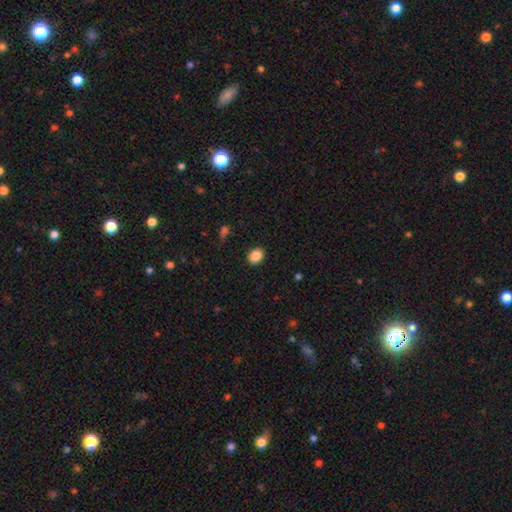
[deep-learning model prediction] smooth-or-featured: smooth: 88% | star or artifact: 9% | featured or disk: 4%
  how-rounded: in between: 54% | round: 45% | cigar-shaped: 1%
  merging: none: 89% | minor disturbance: 8% | major disturbance: 2% | merger: 1%